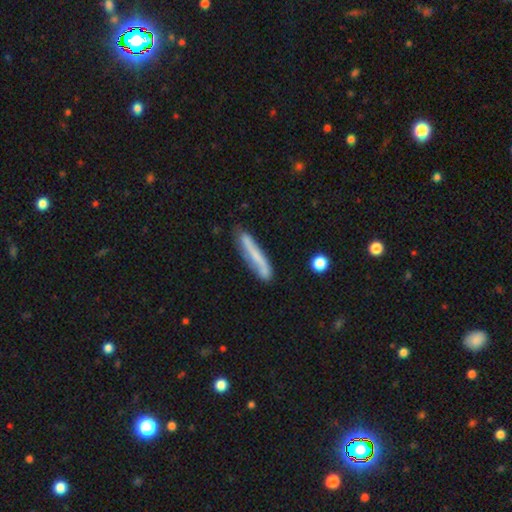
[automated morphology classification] Smooth or featured? smooth (52%)
How rounded? cigar-shaped (92%)
Merging? none (73%)